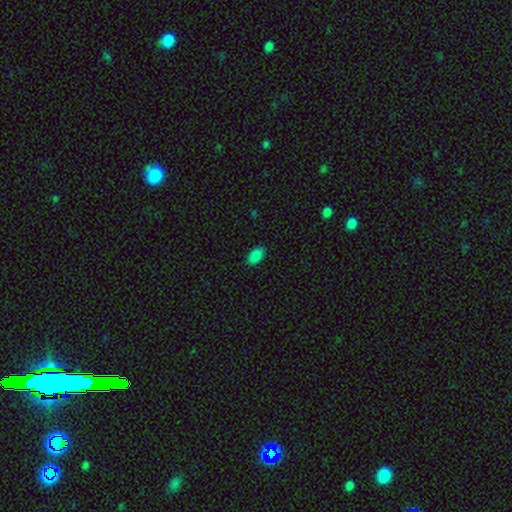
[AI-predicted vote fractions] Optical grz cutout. It shows a smooth galaxy with no disk features (87%) that is in between round and cigar-shaped (93%). Merging: none (86%).